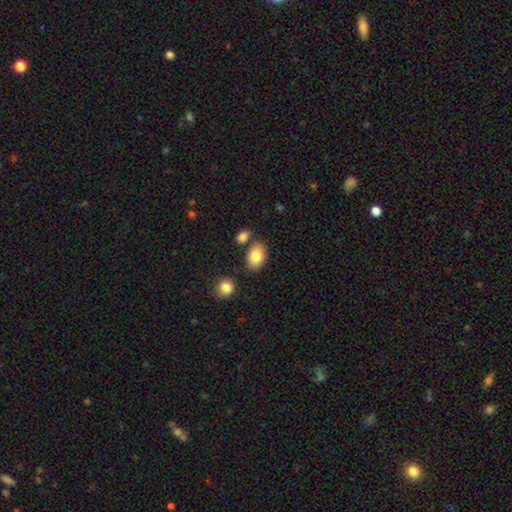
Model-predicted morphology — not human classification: This is clearly a smooth galaxy (82%). How rounded: clearly in between (87%). Merging: likely none (74%).